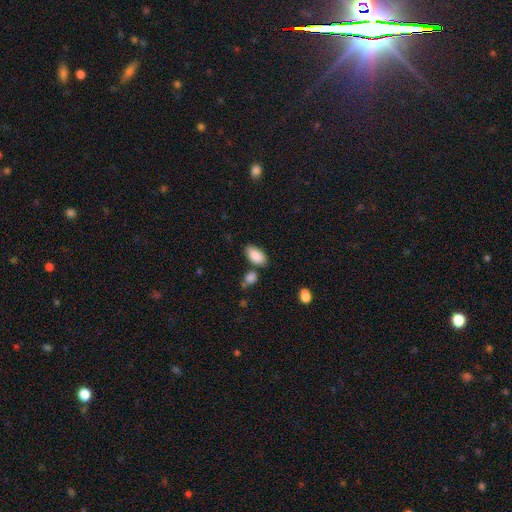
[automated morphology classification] This is clearly a smooth galaxy (87%). How rounded: clearly in between (94%). Merging: likely none (70%).